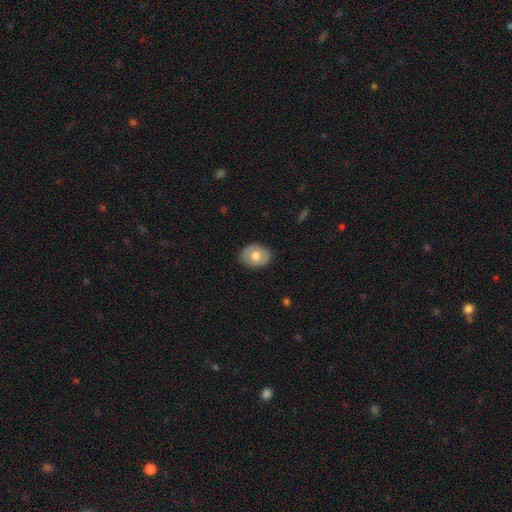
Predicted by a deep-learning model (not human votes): A smooth galaxy with no disk features (68%) that is in between round and cigar-shaped (59%). Merging: none (85%).